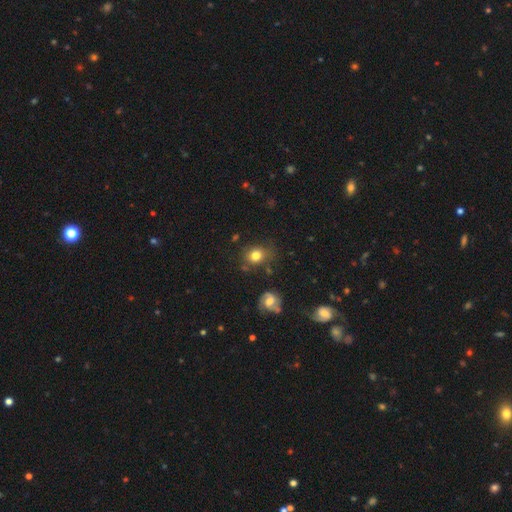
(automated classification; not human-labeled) smooth_or_featured: smooth (p=0.78) [alt: featured or disk p=0.12]
how_rounded: round (p=0.59) [alt: in between p=0.40]
merging: none (p=0.68) [alt: minor disturbance p=0.20]